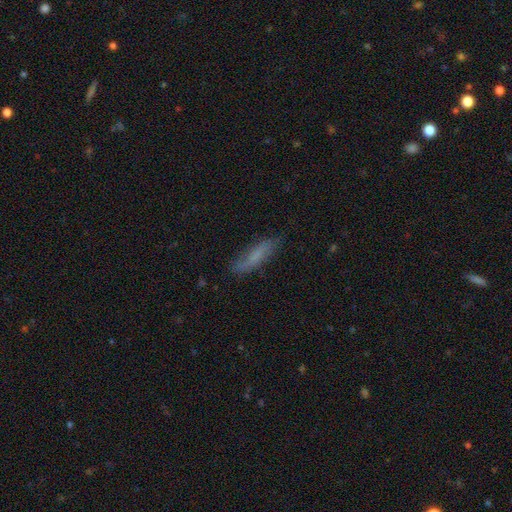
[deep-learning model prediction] This is likely a smooth galaxy (64%). How rounded: likely cigar-shaped (74%). Merging: likely none (75%).